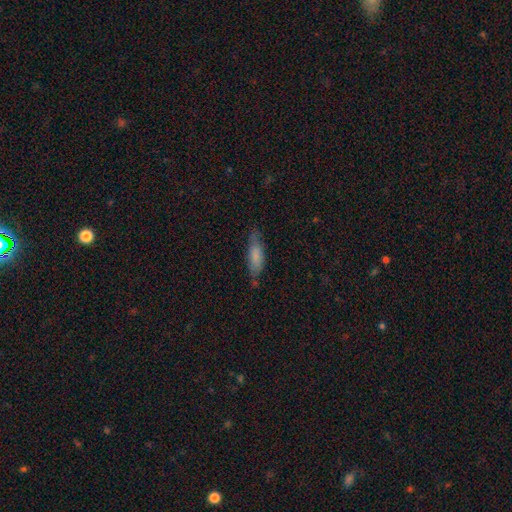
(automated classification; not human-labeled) A smooth galaxy with no disk features (74%) that is cigar-shaped (50%). Merging: none (69%).